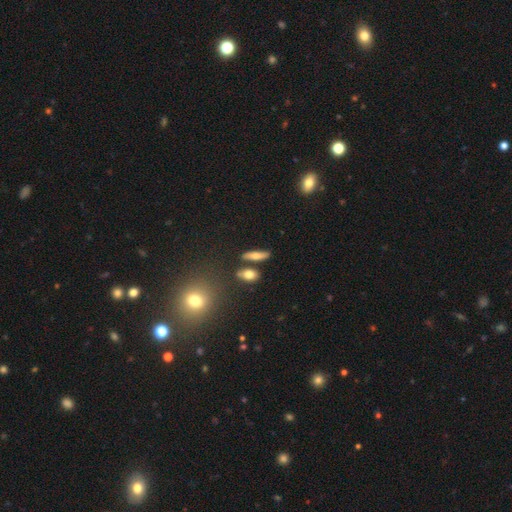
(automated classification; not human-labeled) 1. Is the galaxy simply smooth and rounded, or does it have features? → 66% smooth, 25% featured or disk, 9% star or artifact.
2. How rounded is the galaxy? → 54% cigar-shaped, 39% in between, 7% round.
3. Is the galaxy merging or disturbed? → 75% none, 11% minor disturbance, 10% merger, 4% major disturbance.